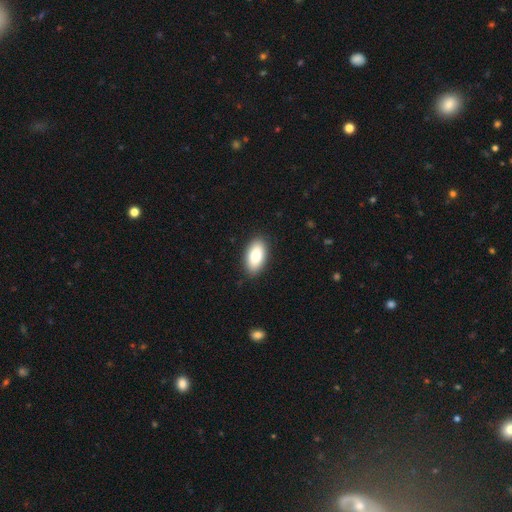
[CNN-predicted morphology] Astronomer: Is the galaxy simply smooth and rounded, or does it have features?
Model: smooth — 81%.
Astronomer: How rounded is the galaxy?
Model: in between — 94%.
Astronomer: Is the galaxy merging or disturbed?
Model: none — 89%.